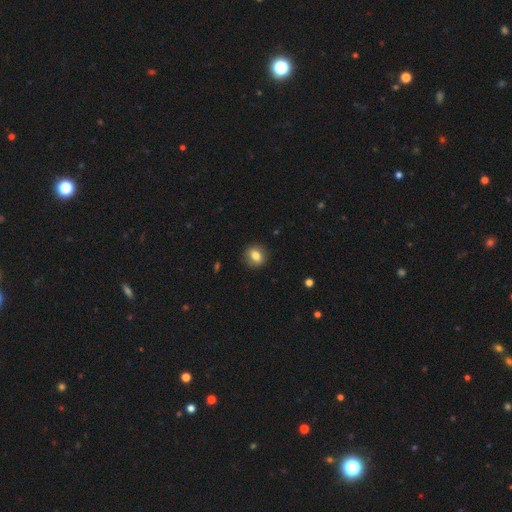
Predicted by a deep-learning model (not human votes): Smooth or featured: smooth — 76% (featured or disk — 15%)
How rounded: round — 67% (in between — 31%)
Merging: none — 87% (minor disturbance — 9%)